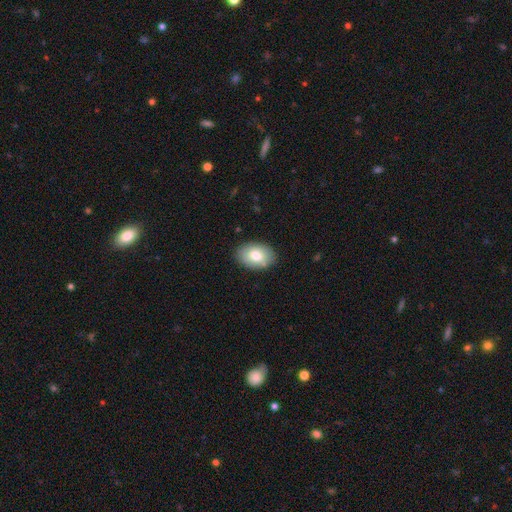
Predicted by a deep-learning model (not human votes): Smooth or featured? Predicted: smooth (p=0.77). How rounded? Predicted: in between (p=0.87). Merging? Predicted: none (p=0.86).